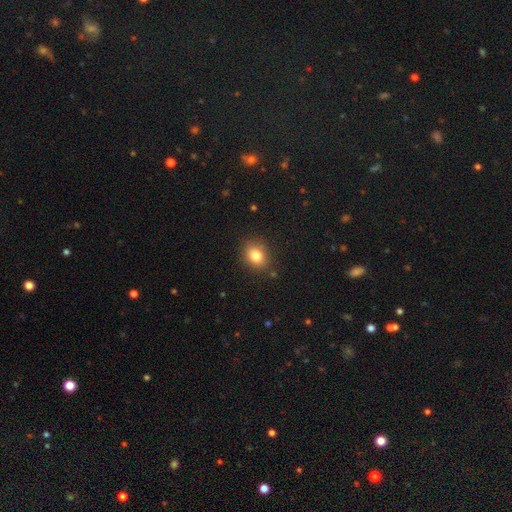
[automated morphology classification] A smooth galaxy with no disk features (82%) that is in between round and cigar-shaped (52%). Merging: none (85%).